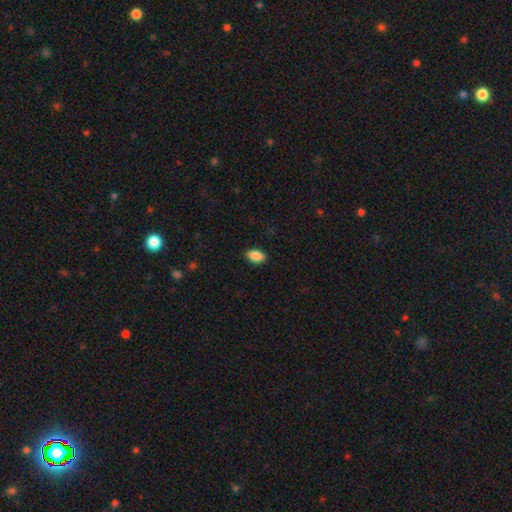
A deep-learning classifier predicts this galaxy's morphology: A smooth galaxy with no disk features (88%) that is in between round and cigar-shaped (91%). Merging: none (88%).